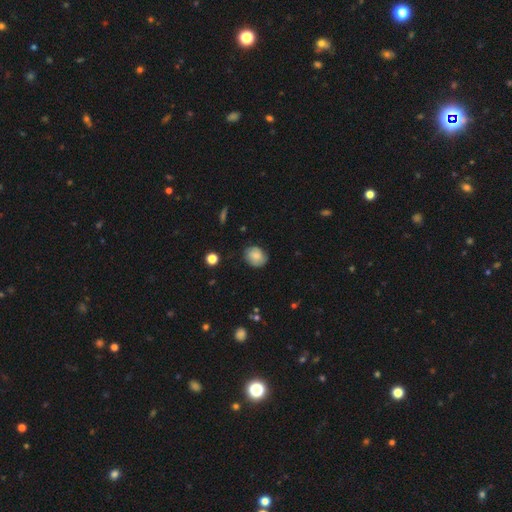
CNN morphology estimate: Smooth or featured? Predicted: smooth (p=0.72). How rounded? Predicted: round (p=0.54). Merging? Predicted: none (p=0.75).